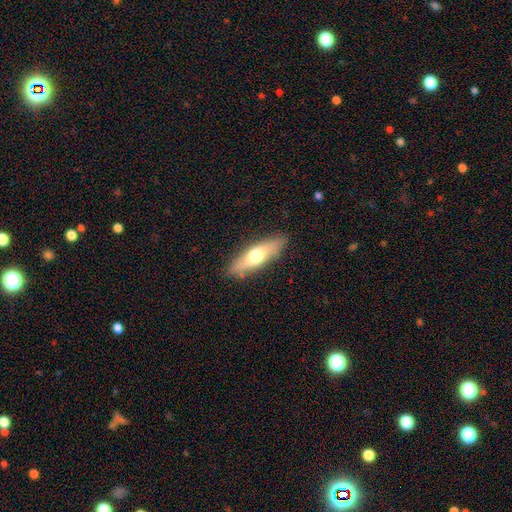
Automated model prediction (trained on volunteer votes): Smooth or featured: smooth — 60% (featured or disk — 35%)
How rounded: cigar-shaped — 56% (in between — 42%)
Merging: none — 85% (minor disturbance — 11%)